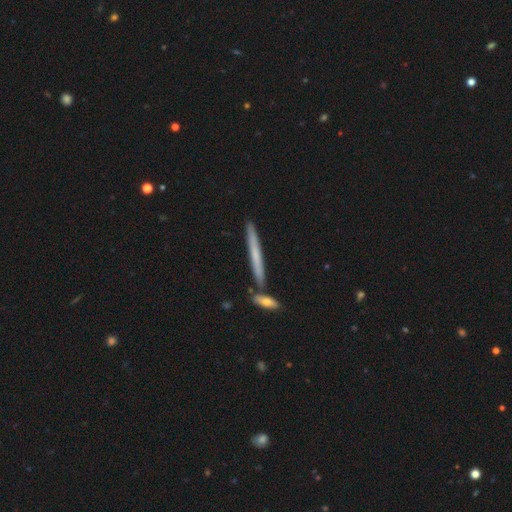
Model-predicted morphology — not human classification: smooth_or_featured: smooth (p=0.50) [alt: featured or disk p=0.44]
merging: none (p=0.81) [alt: merger p=0.09]